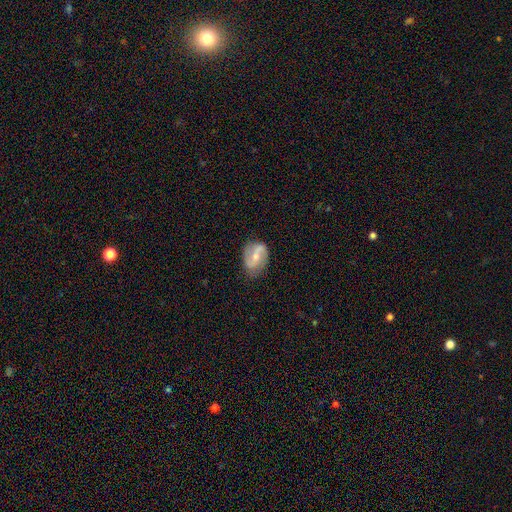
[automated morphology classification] Smooth or featured? featured or disk (77%)
Edge-on disk? no (97%)
Bar? weak (45%)
Spiral arms? yes (93%)
Spiral winding? loose (43%)
Spiral arm count? 2 (90%)
Bulge size? moderate (48%)
Merging? none (76%)